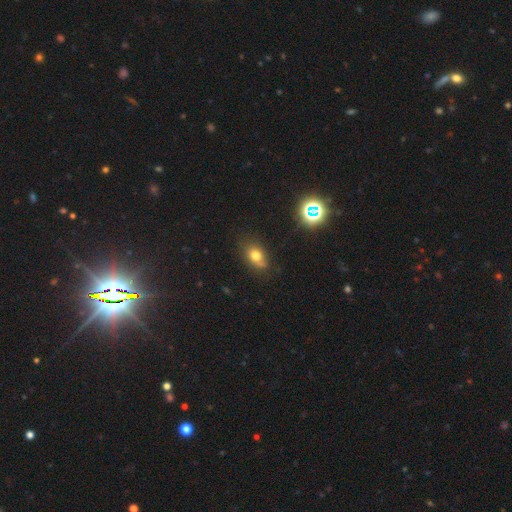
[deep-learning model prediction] Q: Smooth or featured?
A: smooth (72%); runner-up: star or artifact (14%)
Q: How rounded?
A: in between (74%); runner-up: round (23%)
Q: Merging?
A: none (68%); runner-up: minor disturbance (24%)